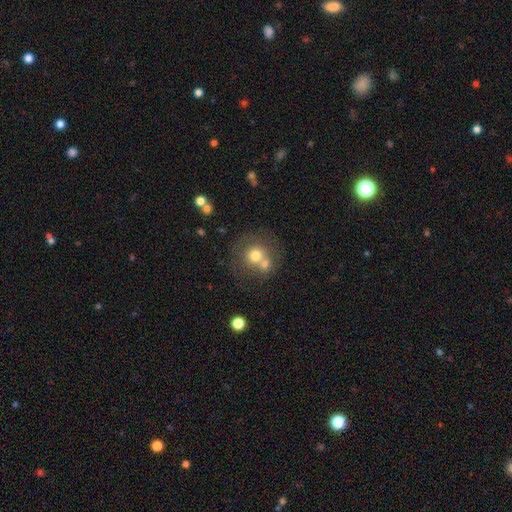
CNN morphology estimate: Q: Smooth or featured?
A: smooth (69%); runner-up: featured or disk (19%)
Q: How rounded?
A: round (88%); runner-up: in between (12%)
Q: Merging?
A: none (48%); runner-up: merger (37%)